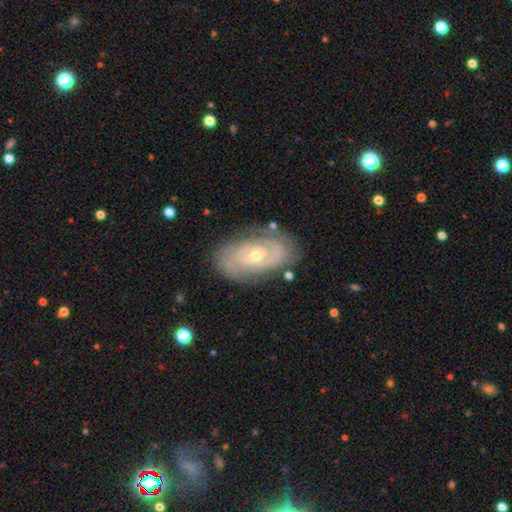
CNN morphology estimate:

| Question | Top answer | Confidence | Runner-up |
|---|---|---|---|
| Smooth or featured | featured or disk | 82% | smooth (13%) |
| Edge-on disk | no | 95% | yes (5%) |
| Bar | no | 60% | weak (31%) |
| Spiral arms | yes | 87% | no (13%) |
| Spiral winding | tight | 71% | medium (23%) |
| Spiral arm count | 2 | 46% | can't tell (33%) |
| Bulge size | small | 54% | moderate (43%) |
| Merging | none | 76% | minor disturbance (16%) |